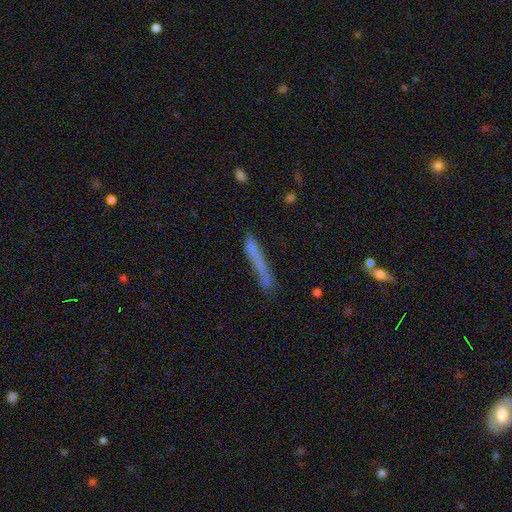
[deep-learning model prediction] Overall: smooth (63%; featured or disk 26%). How rounded: cigar-shaped (94%). Merging: none (62%).